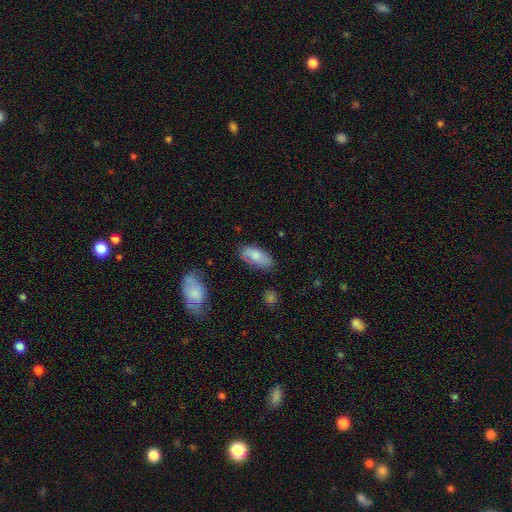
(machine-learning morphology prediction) This is likely a smooth galaxy (71%). How rounded: clearly in between (90%). Merging: likely none (73%).